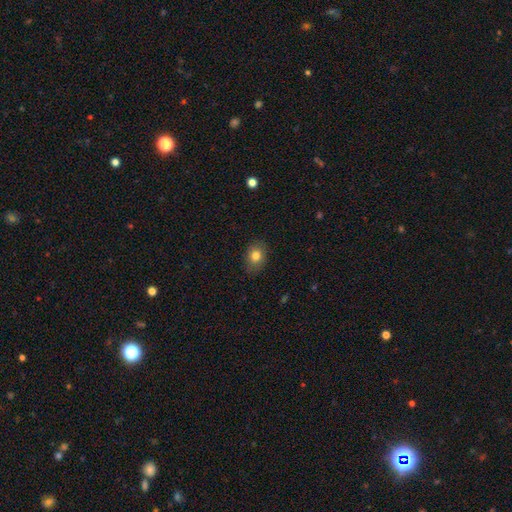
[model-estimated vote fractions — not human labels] Smooth or featured?
  - smooth: 81% *
  - star or artifact: 10%
  - featured or disk: 9%
How rounded?
  - in between: 59% *
  - round: 40%
  - cigar-shaped: 1%
Merging?
  - none: 83% *
  - minor disturbance: 13%
  - major disturbance: 3%
  - merger: 1%